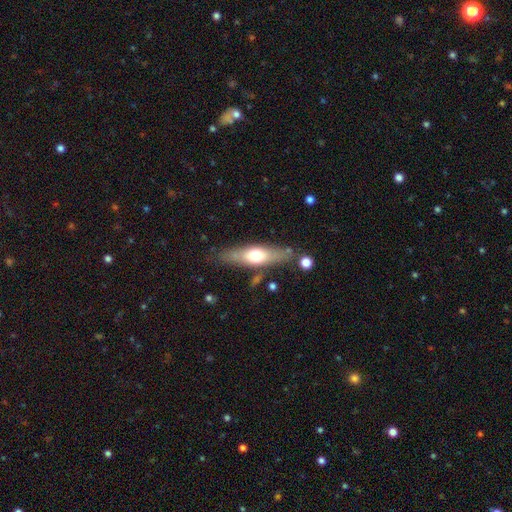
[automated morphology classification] Smooth or featured: smooth — 49% (featured or disk — 45%)
Merging: none — 77% (minor disturbance — 14%)